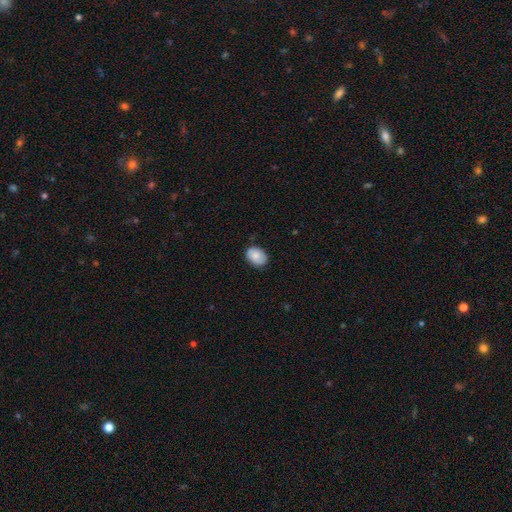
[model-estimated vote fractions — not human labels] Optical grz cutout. It shows a smooth galaxy with no disk features (72%) that is in between round and cigar-shaped (68%). Merging: none (81%).